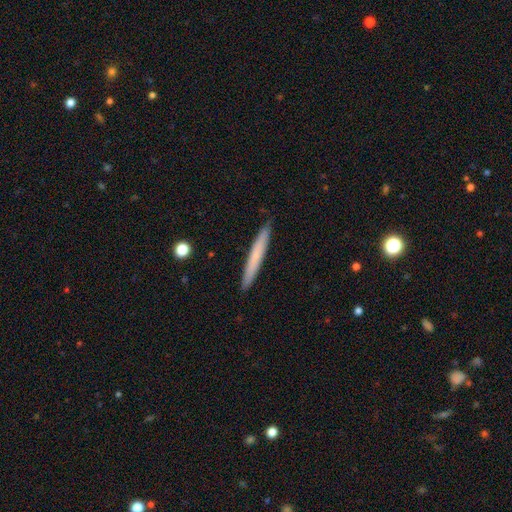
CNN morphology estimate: Smooth or featured? Predicted: smooth (p=0.66). How rounded? Predicted: cigar-shaped (p=0.97). Merging? Predicted: none (p=0.91).